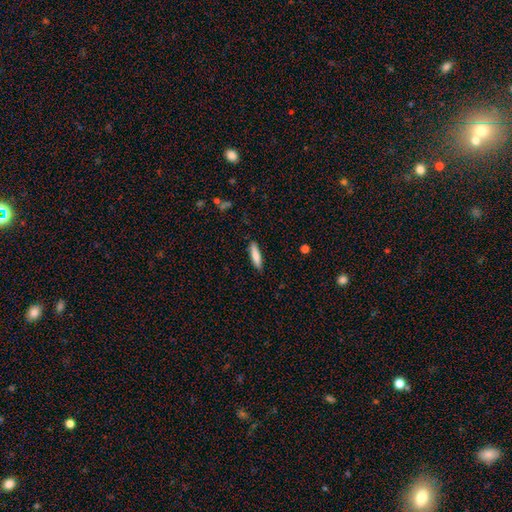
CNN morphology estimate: Q: Smooth or featured?
A: smooth (78%); runner-up: featured or disk (16%)
Q: How rounded?
A: cigar-shaped (74%); runner-up: in between (25%)
Q: Merging?
A: none (88%); runner-up: minor disturbance (9%)